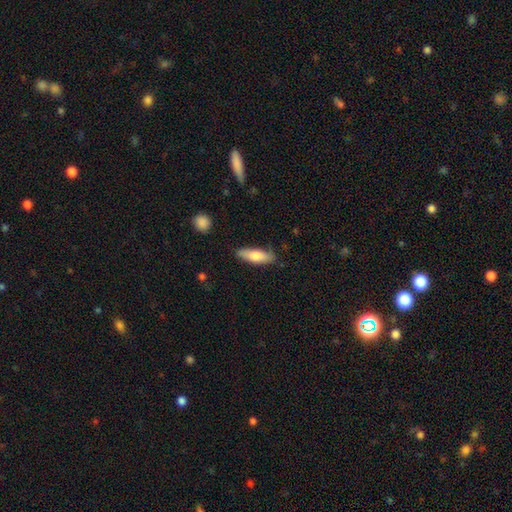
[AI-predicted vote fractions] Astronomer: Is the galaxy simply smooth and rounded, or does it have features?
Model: smooth — 75%.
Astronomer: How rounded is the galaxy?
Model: in between — 53% (runner-up: cigar-shaped, 45%).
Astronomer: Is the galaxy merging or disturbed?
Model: none — 81%.